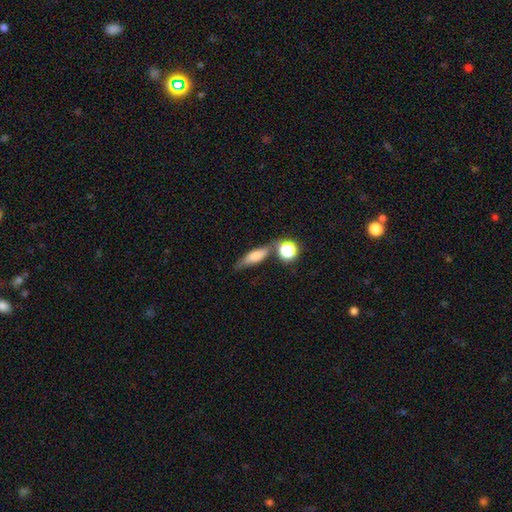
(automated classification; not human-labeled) smooth 64%, featured or disk 25%, star or artifact 11%. Down the decision tree: how rounded — cigar-shaped (48%); merging — none (61%).